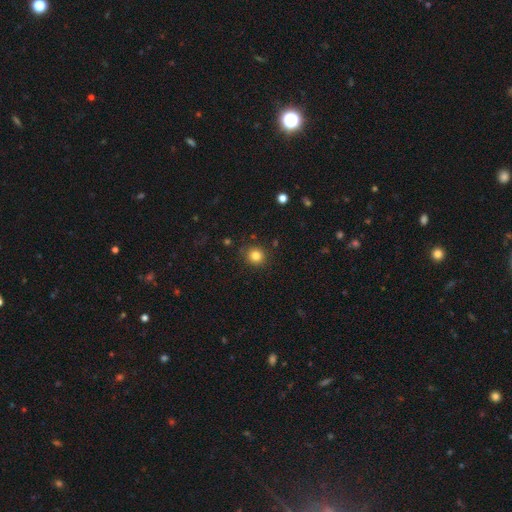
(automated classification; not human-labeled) This is clearly a smooth galaxy (82%). How rounded: clearly round (88%). Merging: clearly none (87%).